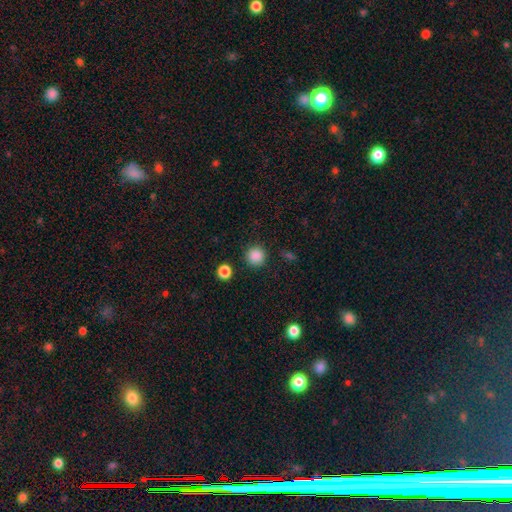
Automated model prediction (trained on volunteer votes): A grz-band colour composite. It shows a smooth galaxy with no disk features (87%) that is round (95%). Merging: none (89%).